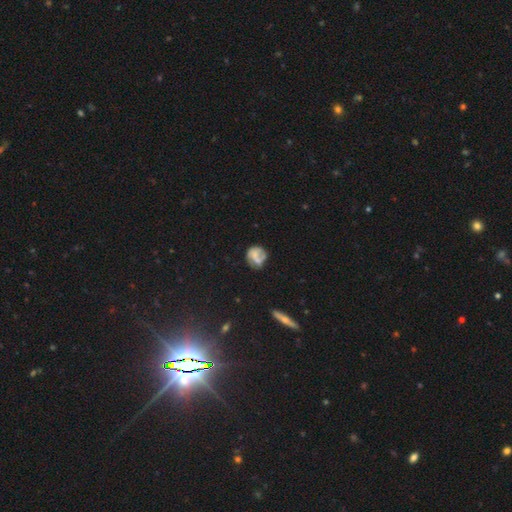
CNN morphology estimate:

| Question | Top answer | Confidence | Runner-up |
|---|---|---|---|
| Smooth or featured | smooth | 52% | featured or disk (37%) |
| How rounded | round | 74% | in between (25%) |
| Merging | none | 52% | minor disturbance (26%) |